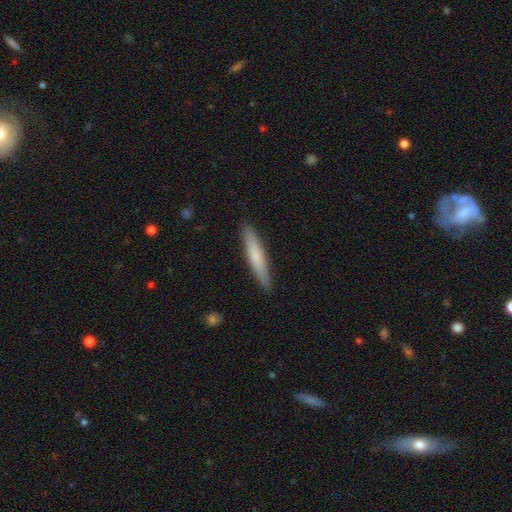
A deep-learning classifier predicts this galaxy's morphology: The model was most divided on "smooth or featured": smooth: 70%, featured or disk: 24%, star or artifact: 5%. More confident: how rounded — cigar-shaped (91%); merging — none (90%).